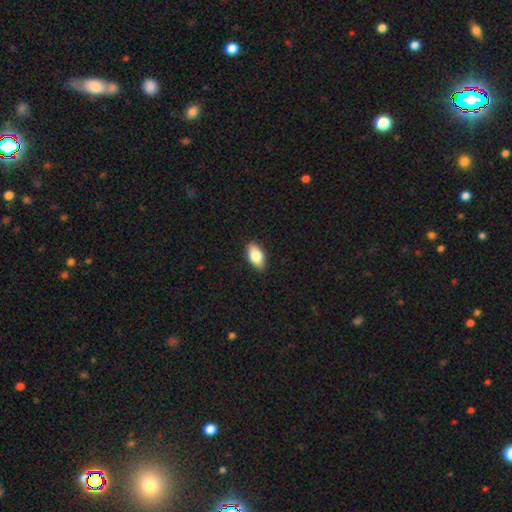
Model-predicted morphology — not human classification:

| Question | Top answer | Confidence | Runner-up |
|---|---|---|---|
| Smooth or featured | smooth | 74% | featured or disk (19%) |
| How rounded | in between | 89% | cigar-shaped (6%) |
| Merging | none | 88% | minor disturbance (9%) |